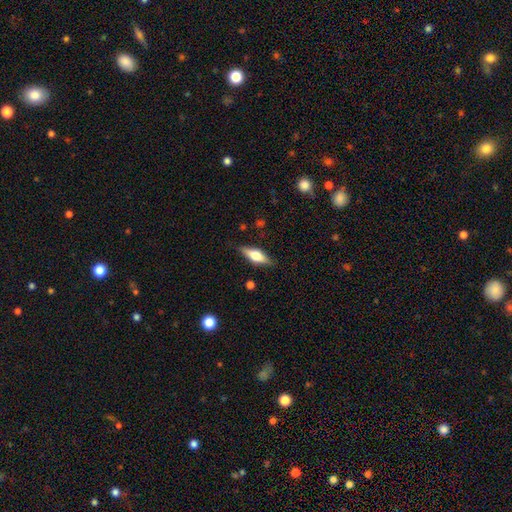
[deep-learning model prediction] smooth 48%, featured or disk 46%, star or artifact 6%. Down the decision tree: merging — none (85%).